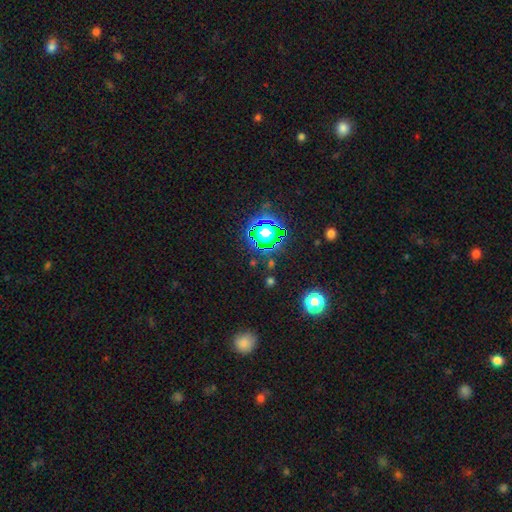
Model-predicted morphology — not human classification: This appears to be a star or artifact, not a galaxy (75%).